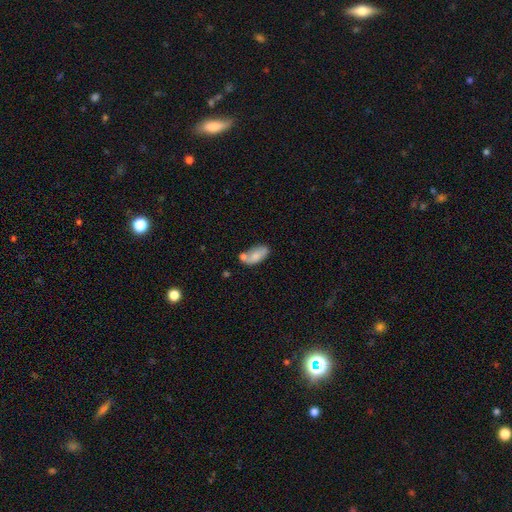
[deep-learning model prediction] Q: Smooth or featured?
A: smooth (72%); runner-up: featured or disk (21%)
Q: How rounded?
A: in between (92%); runner-up: cigar-shaped (5%)
Q: Merging?
A: none (47%); runner-up: merger (24%)